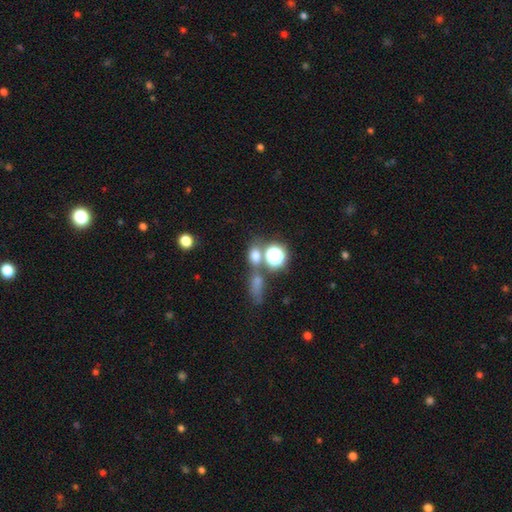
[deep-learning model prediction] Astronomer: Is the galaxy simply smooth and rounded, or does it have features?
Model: smooth — 67%.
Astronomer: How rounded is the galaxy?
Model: in between — 50% (runner-up: round, 45%).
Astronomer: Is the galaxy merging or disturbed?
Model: none — 54% (runner-up: merger, 31%).